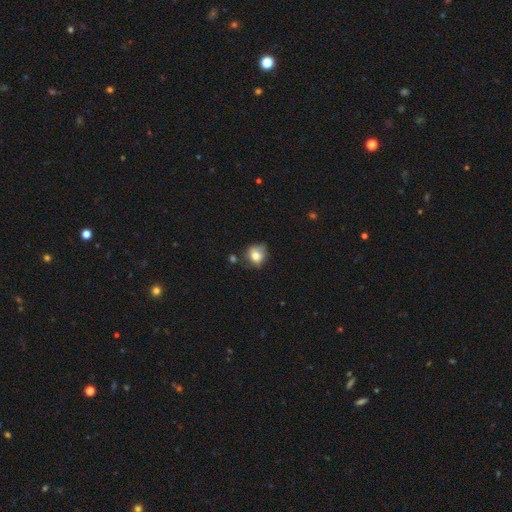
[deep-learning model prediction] Q: Smooth or featured?
A: smooth (74%); runner-up: featured or disk (15%)
Q: How rounded?
A: round (68%); runner-up: in between (31%)
Q: Merging?
A: none (54%); runner-up: minor disturbance (31%)